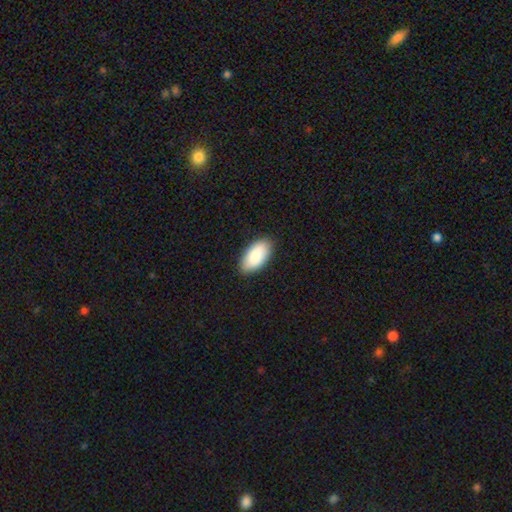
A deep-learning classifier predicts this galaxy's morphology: type=smooth (88%); roundness=in between (95%); merging=none (87%).